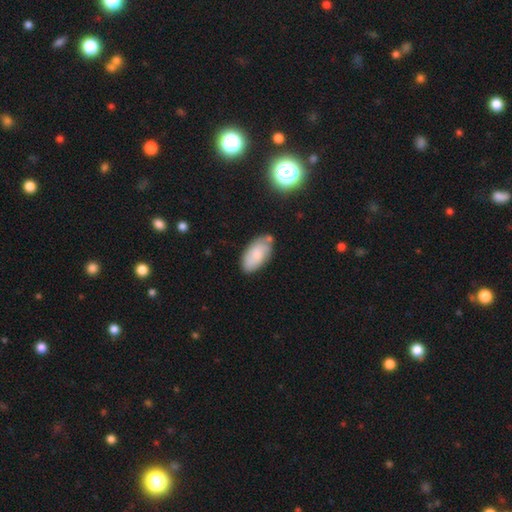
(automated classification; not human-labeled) Smooth or featured? smooth (68%)
How rounded? in between (94%)
Merging? none (66%)